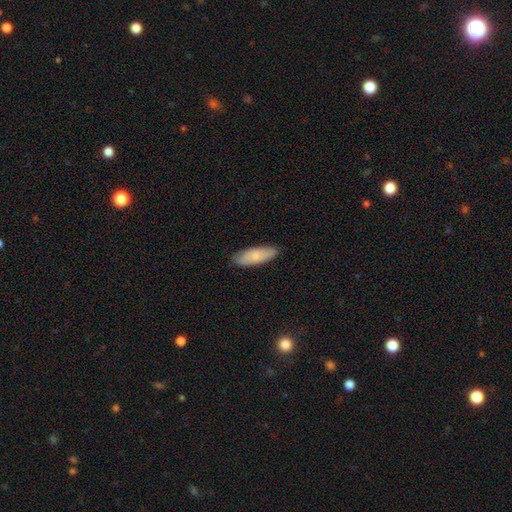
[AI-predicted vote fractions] smooth 78%, featured or disk 16%, star or artifact 6%. Down the decision tree: how rounded — in between (63%); merging — none (84%).